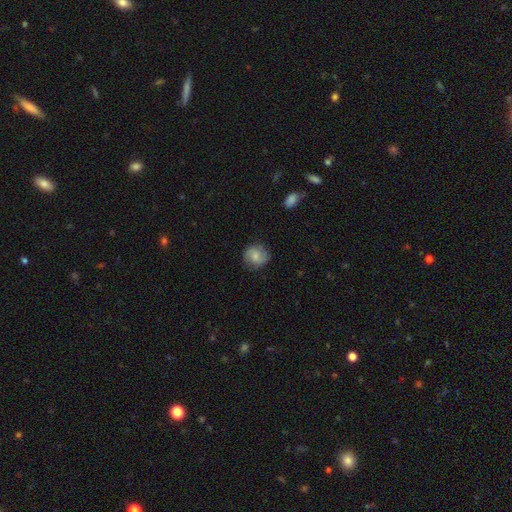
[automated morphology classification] Smooth or featured? smooth (52%)
How rounded? round (81%)
Merging? none (80%)